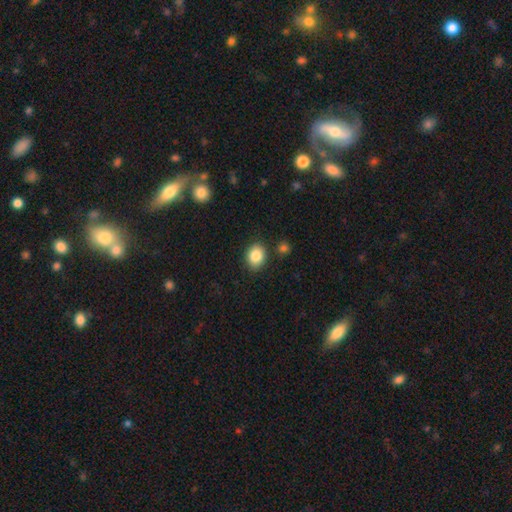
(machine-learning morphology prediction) type=smooth (85%); roundness=in between (52%); merging=none (83%).